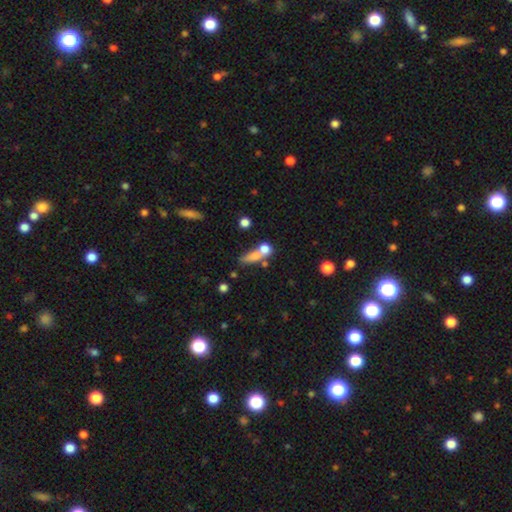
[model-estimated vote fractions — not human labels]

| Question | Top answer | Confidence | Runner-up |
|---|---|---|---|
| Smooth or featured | smooth | 68% | featured or disk (20%) |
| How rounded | cigar-shaped | 39% | in between (37%) |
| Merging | merger | 40% | none (38%) |